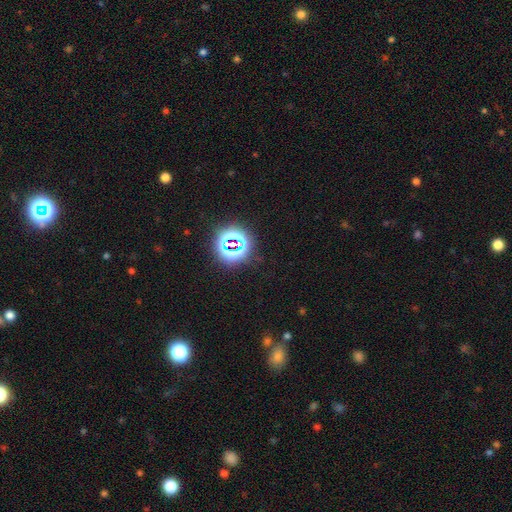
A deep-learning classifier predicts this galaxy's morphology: Overall: star or artifact (79%).